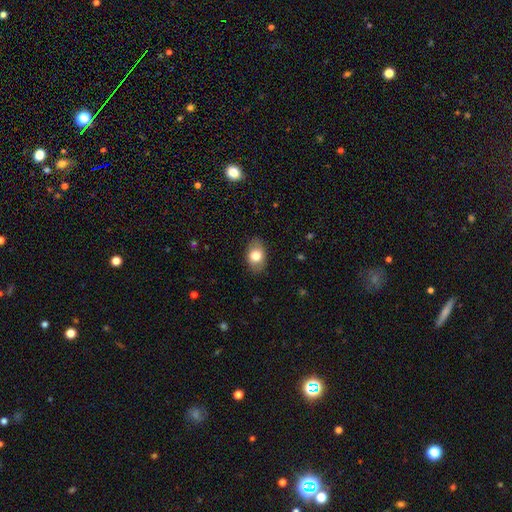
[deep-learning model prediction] smooth_or_featured: smooth (p=0.78) [alt: featured or disk p=0.14]
how_rounded: in between (p=0.84) [alt: round p=0.15]
merging: none (p=0.85) [alt: minor disturbance p=0.11]